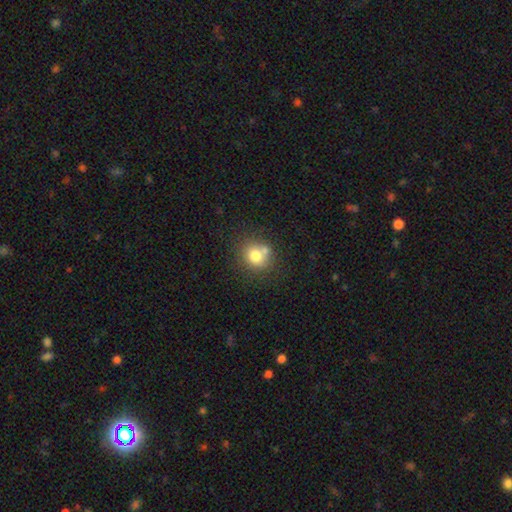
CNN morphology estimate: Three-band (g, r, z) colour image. It shows a smooth galaxy with no disk features (76%) that is round (80%). Merging: none (61%).